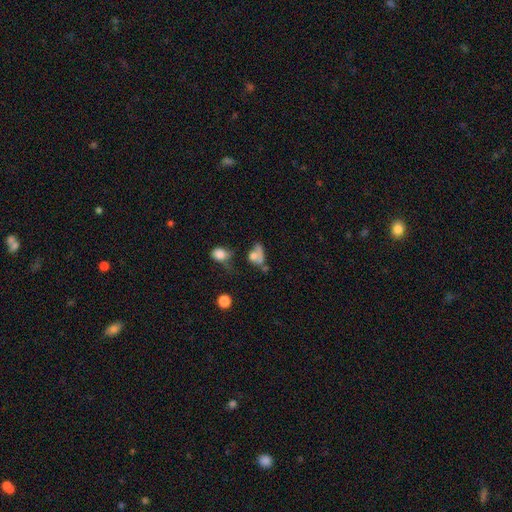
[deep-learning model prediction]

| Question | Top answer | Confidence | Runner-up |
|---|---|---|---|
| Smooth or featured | smooth | 61% | featured or disk (25%) |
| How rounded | in between | 68% | round (29%) |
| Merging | merger | 33% | major disturbance (28%) |